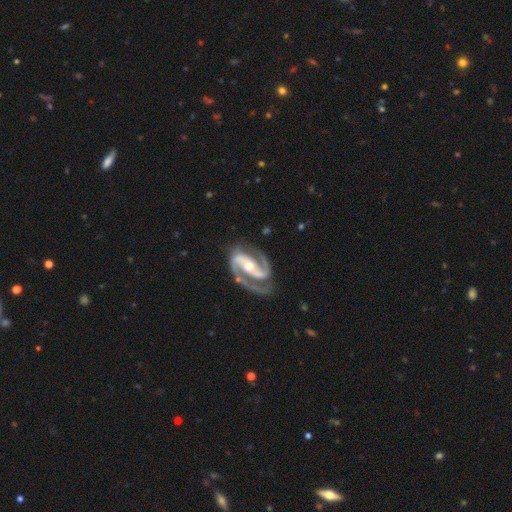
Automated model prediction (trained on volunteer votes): This appears to be a featured or disk galaxy (94%) with a strong bar (53%), 2 (93%) medium (58%) spiral arms (98%) and a moderate central bulge (65%). Merging: none (75%).